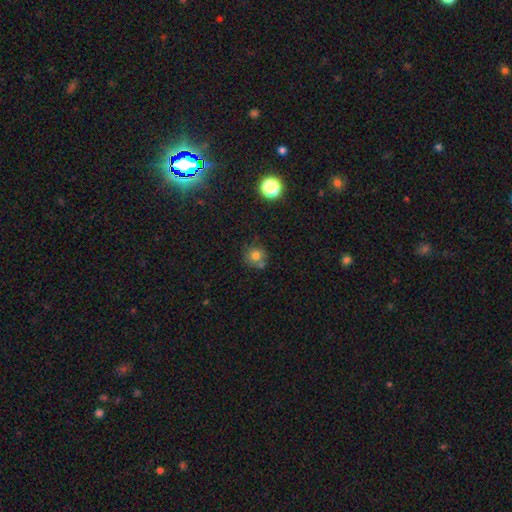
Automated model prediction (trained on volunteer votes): The model was most divided on "merging": none: 64%, merger: 18%, minor disturbance: 14%, major disturbance: 4%. More confident: how rounded — round (89%); smooth or featured — smooth (74%).